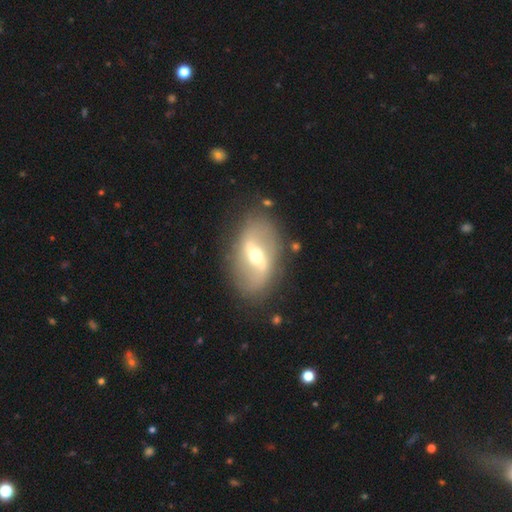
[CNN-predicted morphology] A featured or disk galaxy (74%) with a strong bar (56%), spiral arms (56%) and a moderate central bulge (63%).

Vote fractions:
- Smooth or featured? featured or disk: 74% / smooth: 19% / star or artifact: 7%
- Edge-on disk? no: 91% / yes: 9%
- Bar? strong: 56% / weak: 32% / no: 12%
- Spiral arms? yes: 56% / no: 44%
- Bulge size? moderate: 63% / small: 27% / large: 7% / dominant: 1% / none: 1%
- Merging? none: 81% / minor disturbance: 12% / major disturbance: 6% / merger: 2%